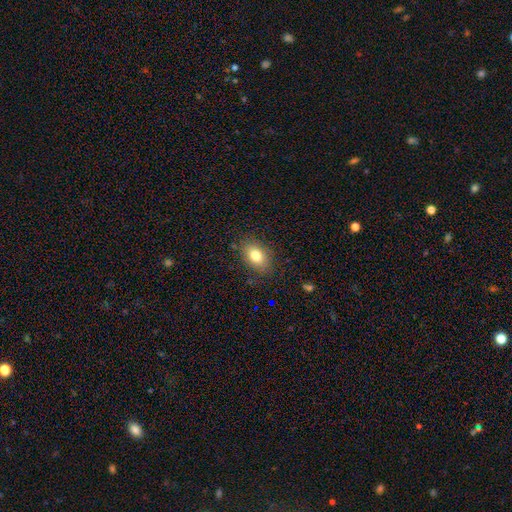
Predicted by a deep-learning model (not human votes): This is likely a smooth galaxy (79%). How rounded: clearly in between (81%). Merging: clearly none (84%).